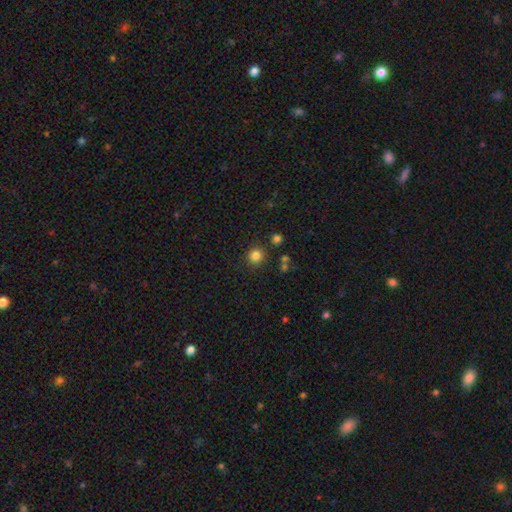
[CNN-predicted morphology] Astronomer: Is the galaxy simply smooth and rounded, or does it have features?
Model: smooth — 82%.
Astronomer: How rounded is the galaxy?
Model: round — 92%.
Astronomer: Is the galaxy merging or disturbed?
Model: none — 87%.